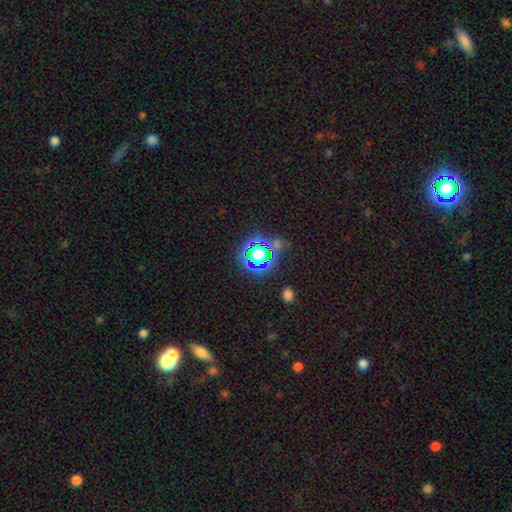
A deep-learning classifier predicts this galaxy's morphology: Smooth or featured? Predicted: star or artifact (p=0.77).